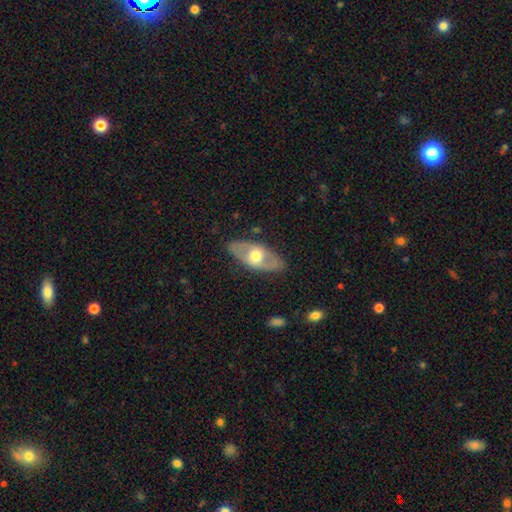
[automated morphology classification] Smooth or featured?
  - featured or disk: 58% *
  - smooth: 37%
  - star or artifact: 5%
Edge-on disk?
  - no: 77% *
  - yes: 23%
Merging?
  - none: 84% *
  - minor disturbance: 11%
  - major disturbance: 4%
  - merger: 1%